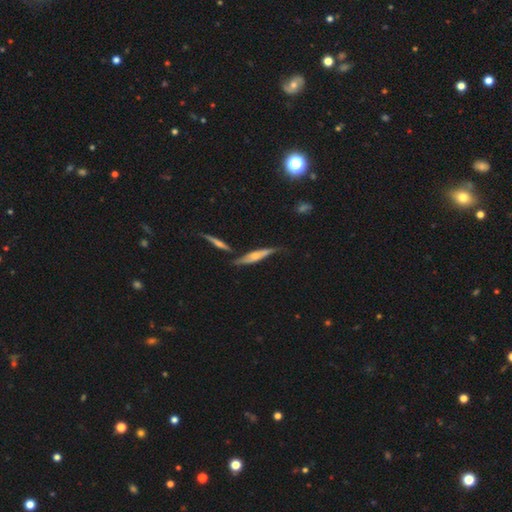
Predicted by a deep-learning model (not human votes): This is possibly a featured or disk galaxy (57%). It is likely viewed edge-on (78%). Merging: possibly none (51%).